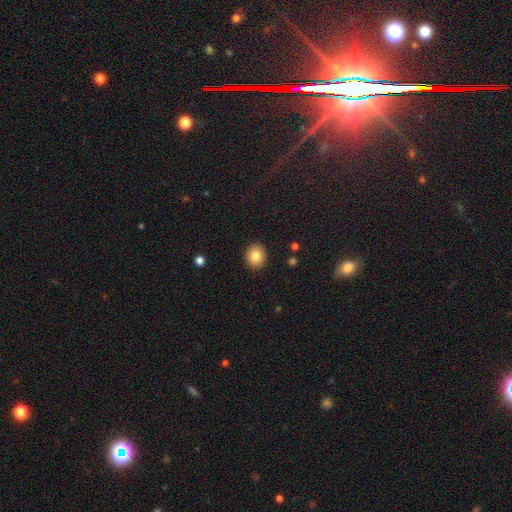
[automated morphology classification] Overall: smooth (83%). How rounded: round (74%). Merging: none (91%).